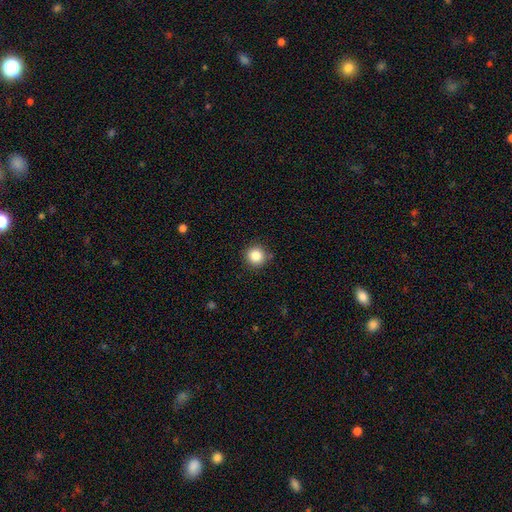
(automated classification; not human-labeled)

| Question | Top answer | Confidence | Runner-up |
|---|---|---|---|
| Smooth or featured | smooth | 85% | star or artifact (11%) |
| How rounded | round | 95% | in between (4%) |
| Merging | none | 88% | minor disturbance (8%) |